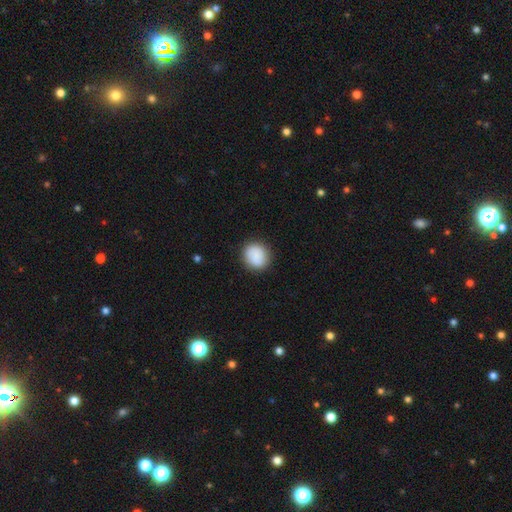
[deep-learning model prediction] smooth-or-featured: smooth: 86% | featured or disk: 7% | star or artifact: 7%
  how-rounded: round: 84% | in between: 15% | cigar-shaped: 1%
  merging: none: 87% | minor disturbance: 9% | major disturbance: 3% | merger: 1%